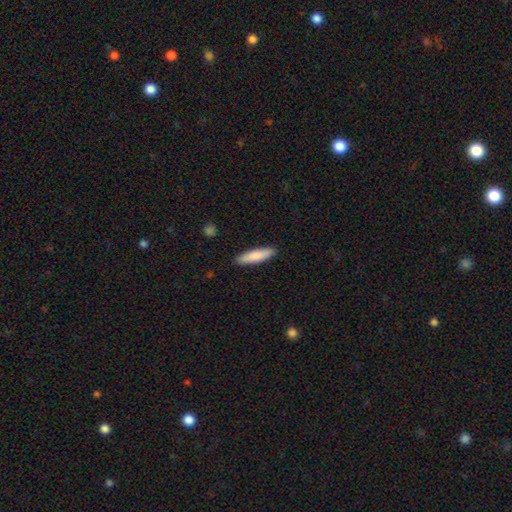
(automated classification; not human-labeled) This appears to be a smooth galaxy with no disk features (84%) that is cigar-shaped (74%). Merging: none (90%).